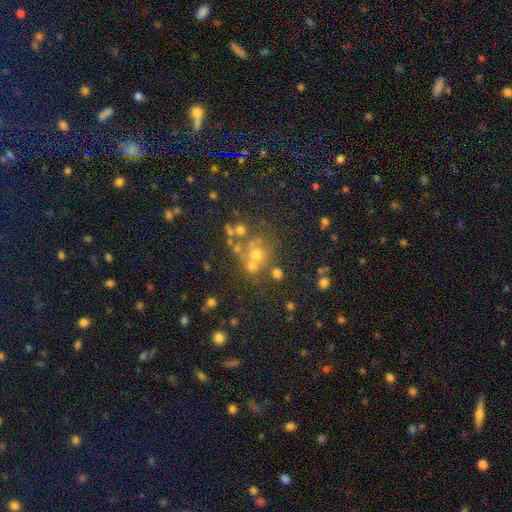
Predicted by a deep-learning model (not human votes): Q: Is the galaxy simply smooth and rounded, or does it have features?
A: smooth — 48%.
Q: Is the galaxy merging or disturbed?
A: none — 50%.